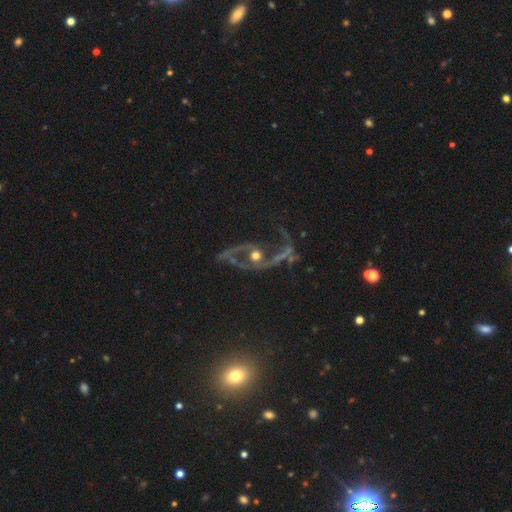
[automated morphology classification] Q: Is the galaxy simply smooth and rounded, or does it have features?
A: featured or disk — 83%.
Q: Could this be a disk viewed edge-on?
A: no — 95%.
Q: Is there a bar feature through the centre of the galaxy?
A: no — 73%.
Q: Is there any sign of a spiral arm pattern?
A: yes — 82%.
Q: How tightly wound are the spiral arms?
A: loose — 51%.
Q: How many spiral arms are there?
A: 2 — 81%.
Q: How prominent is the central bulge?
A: moderate — 69%.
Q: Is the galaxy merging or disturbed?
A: none — 50%.